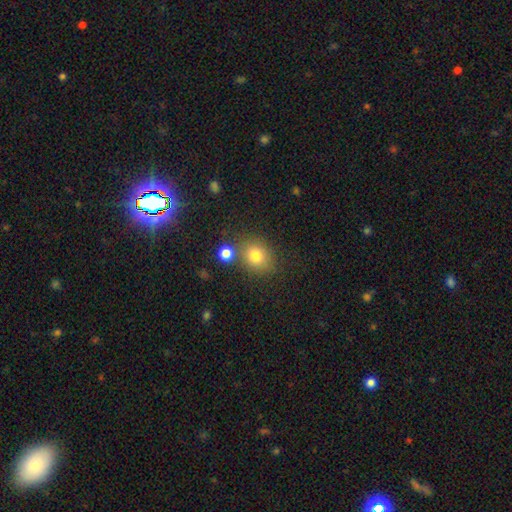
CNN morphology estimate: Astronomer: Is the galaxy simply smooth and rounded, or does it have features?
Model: smooth — 78%.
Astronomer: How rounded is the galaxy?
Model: round — 67%.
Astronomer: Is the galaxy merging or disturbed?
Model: none — 68%.